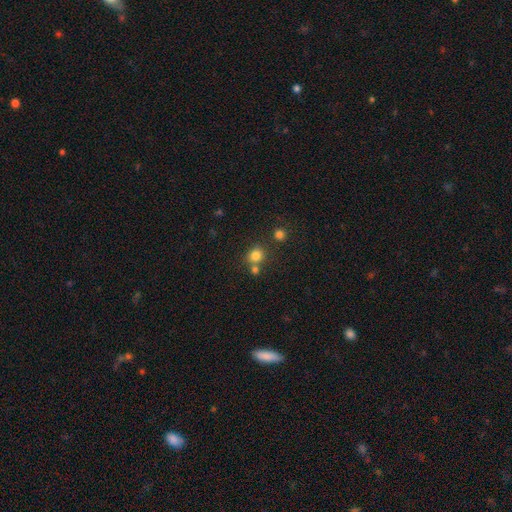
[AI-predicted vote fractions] Smooth or featured: smooth — 79% (star or artifact — 14%)
How rounded: round — 82% (in between — 17%)
Merging: none — 64% (merger — 23%)